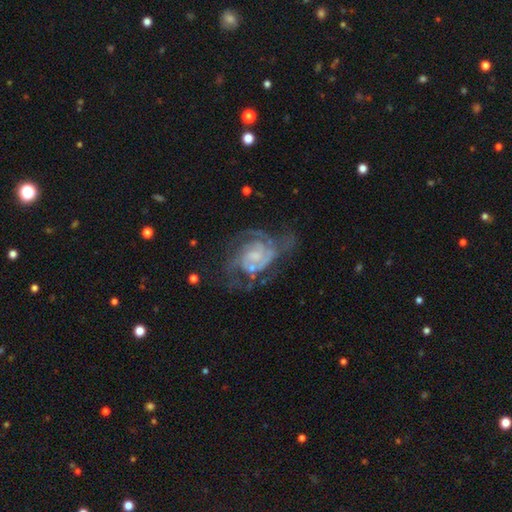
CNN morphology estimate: smooth_or_featured: featured or disk (p=0.83) [alt: star or artifact p=0.09]
disk_edge_on: no (p=0.97) [alt: yes p=0.03]
bar: no (p=0.56) [alt: weak p=0.36]
has_spiral_arms: yes (p=0.91) [alt: no p=0.09]
spiral_winding: tight (p=0.49) [alt: medium p=0.40]
spiral_arm_count: 2 (p=0.32) [alt: can't tell p=0.30]
bulge_size: small (p=0.48) [alt: moderate p=0.26]
merging: none (p=0.52) [alt: major disturbance p=0.23]